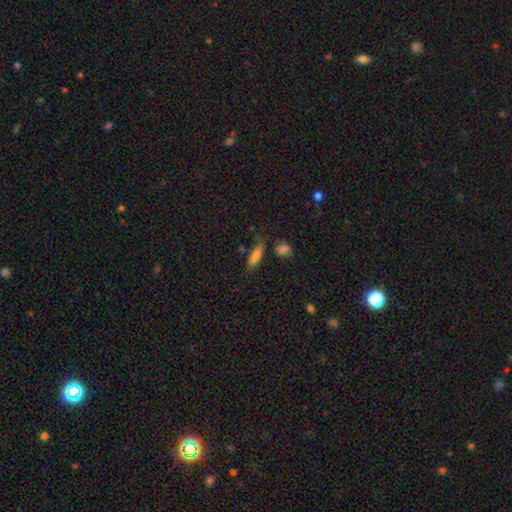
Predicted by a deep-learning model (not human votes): A smooth galaxy with no disk features (75%) that is in between round and cigar-shaped (49%).

Vote fractions:
- Smooth or featured? smooth: 75% / featured or disk: 16% / star or artifact: 9%
- How rounded? in between: 49% / cigar-shaped: 48% / round: 3%
- Merging? none: 73% / minor disturbance: 17% / merger: 5% / major disturbance: 4%